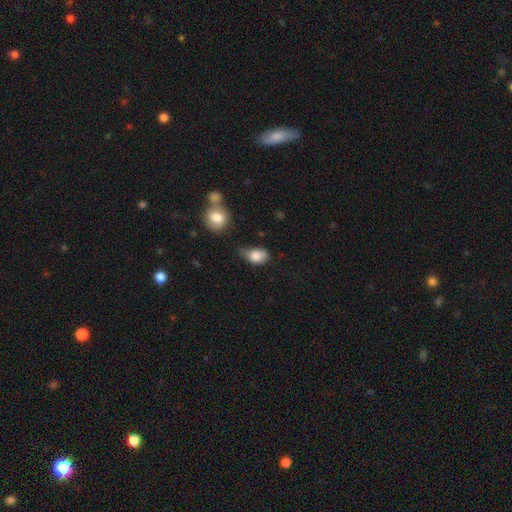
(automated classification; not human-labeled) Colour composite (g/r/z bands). It shows a smooth galaxy with no disk features (80%) that is in between round and cigar-shaped (76%). Merging: minor disturbance (44%).